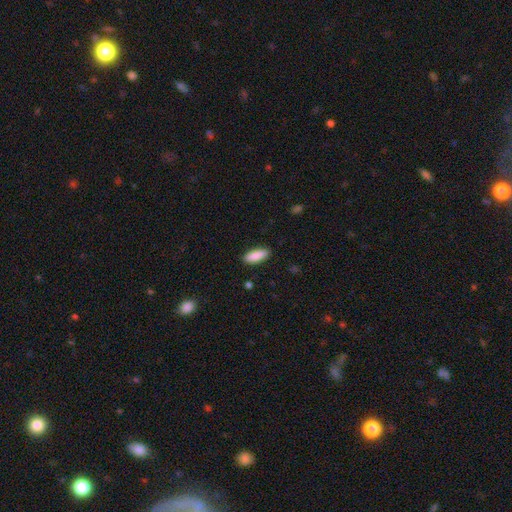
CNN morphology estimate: smooth 89%, star or artifact 6%, featured or disk 5%. Down the decision tree: how rounded — in between (68%); merging — none (87%).